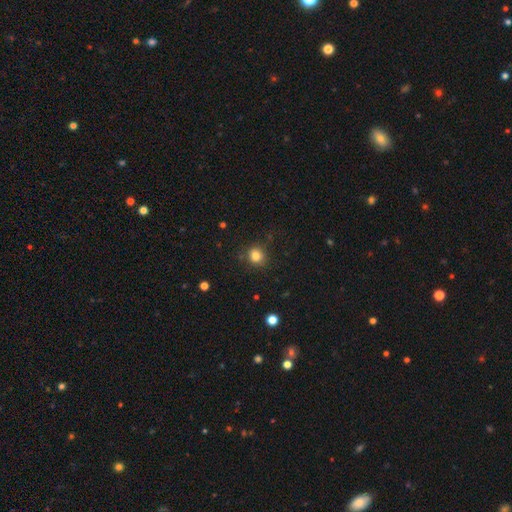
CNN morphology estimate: A smooth galaxy with no disk features (82%) that is round (84%). Merging: none (84%).